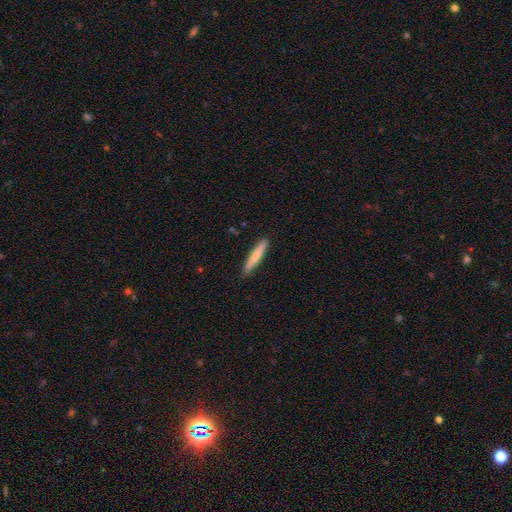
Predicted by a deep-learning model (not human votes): Overall: smooth (66%; featured or disk 29%). How rounded: cigar-shaped (93%). Merging: none (90%).